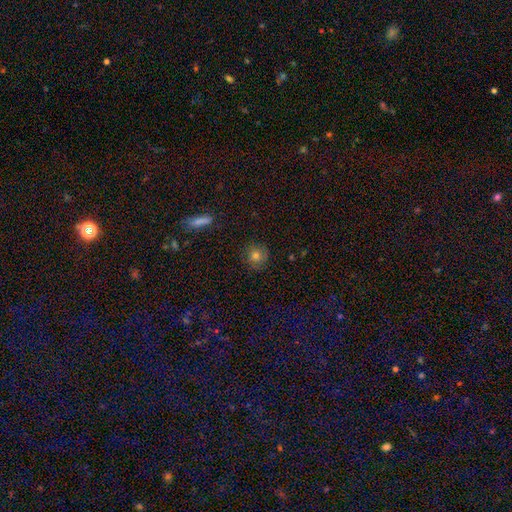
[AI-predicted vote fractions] The model was most divided on "smooth or featured": smooth: 73%, featured or disk: 14%, star or artifact: 13%. More confident: how rounded — round (91%); merging — none (84%).